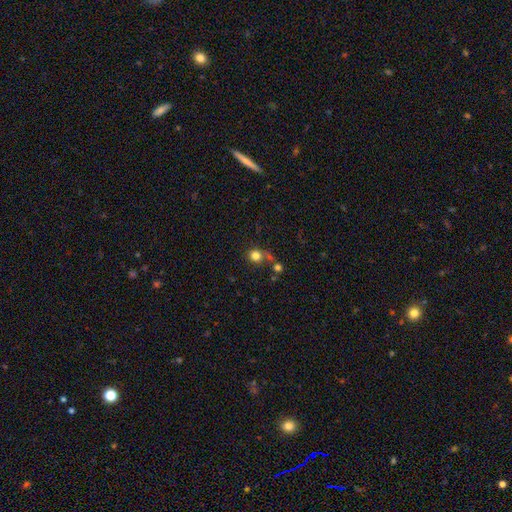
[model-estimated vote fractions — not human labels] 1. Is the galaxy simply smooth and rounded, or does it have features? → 81% smooth, 12% star or artifact, 8% featured or disk.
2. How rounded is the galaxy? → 87% round, 12% in between, 1% cigar-shaped.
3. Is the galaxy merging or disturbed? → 56% none, 23% merger, 13% minor disturbance, 8% major disturbance.